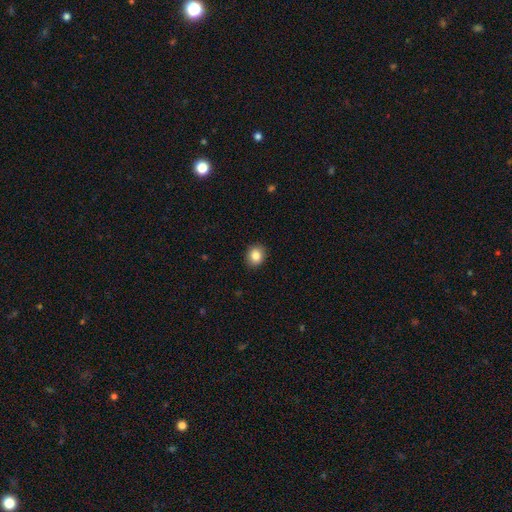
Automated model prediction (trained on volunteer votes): A smooth galaxy with no disk features (85%) that is round (69%).

Vote fractions:
- Smooth or featured? smooth: 85% / star or artifact: 9% / featured or disk: 6%
- How rounded? round: 69% / in between: 30% / cigar-shaped: 1%
- Merging? none: 90% / minor disturbance: 7% / major disturbance: 2% / merger: 1%